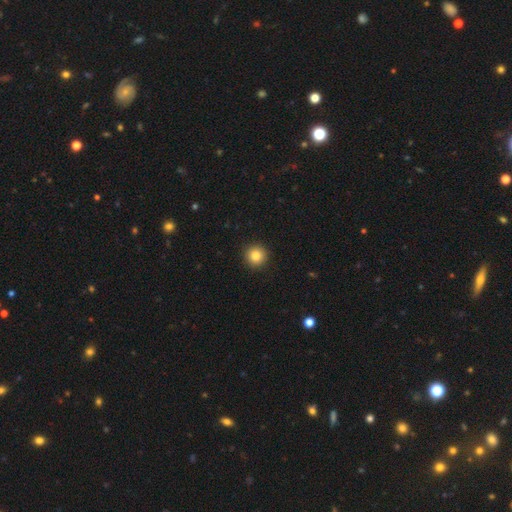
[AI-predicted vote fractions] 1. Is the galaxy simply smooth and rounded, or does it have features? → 84% smooth, 10% star or artifact, 6% featured or disk.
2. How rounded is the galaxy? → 95% round, 4% in between, 1% cigar-shaped.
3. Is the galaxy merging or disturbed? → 93% none, 5% minor disturbance, 2% major disturbance, 1% merger.